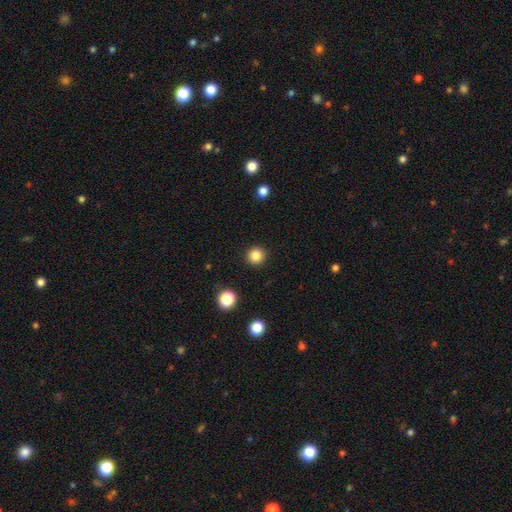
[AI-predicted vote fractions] smooth 85%, star or artifact 11%, featured or disk 4%. Down the decision tree: how rounded — round (95%); merging — none (92%).